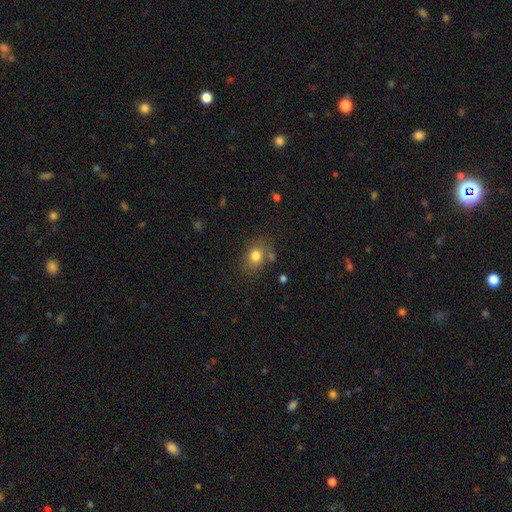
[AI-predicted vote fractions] smooth_or_featured: smooth (p=0.80) [alt: star or artifact p=0.11]
how_rounded: in between (p=0.52) [alt: round p=0.46]
merging: none (p=0.72) [alt: minor disturbance p=0.16]